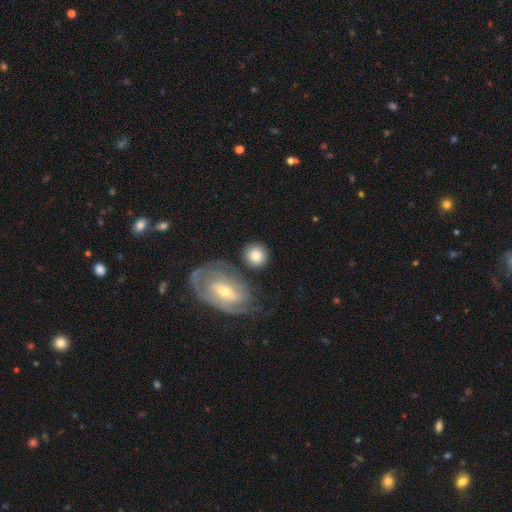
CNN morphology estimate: smooth 77%, featured or disk 17%, star or artifact 6%. Down the decision tree: how rounded — round (84%); merging — none (73%).